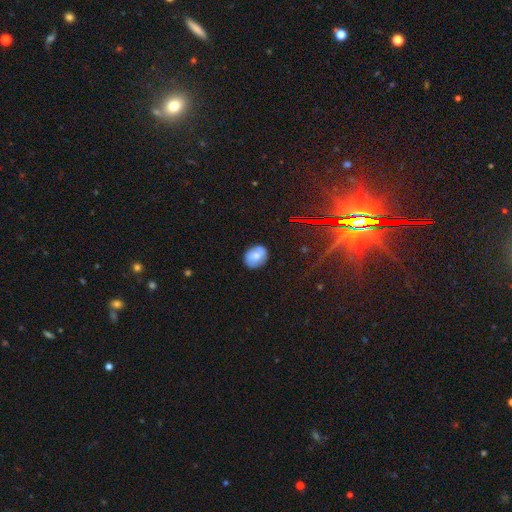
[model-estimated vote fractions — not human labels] A smooth galaxy with no disk features (66%) that is in between round and cigar-shaped (57%).

Vote fractions:
- Smooth or featured? smooth: 66% / featured or disk: 23% / star or artifact: 11%
- How rounded? in between: 57% / round: 42% / cigar-shaped: 1%
- Merging? none: 80% / minor disturbance: 15% / major disturbance: 3% / merger: 2%